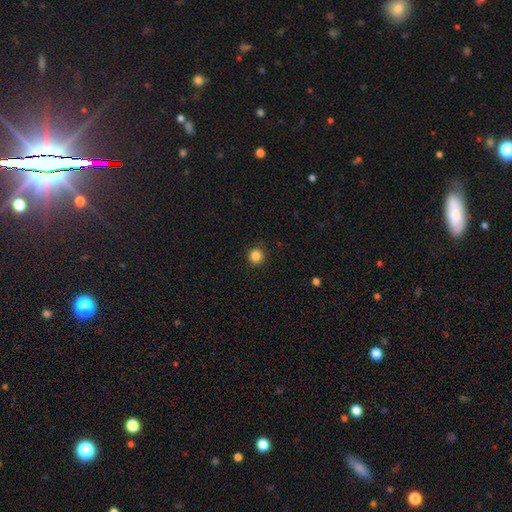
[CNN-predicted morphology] A smooth galaxy with no disk features (85%) that is round (93%).

Vote fractions:
- Smooth or featured? smooth: 85% / star or artifact: 11% / featured or disk: 3%
- How rounded? round: 93% / in between: 6% / cigar-shaped: 1%
- Merging? none: 91% / minor disturbance: 6% / major disturbance: 2% / merger: 1%